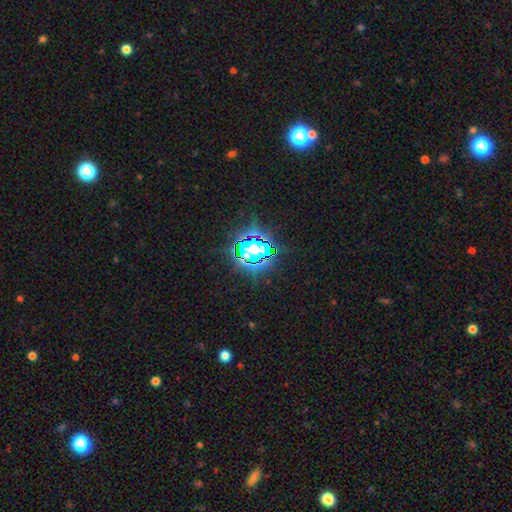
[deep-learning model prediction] The model was most divided on "smooth or featured": star or artifact: 80%, smooth: 12%, featured or disk: 8%.